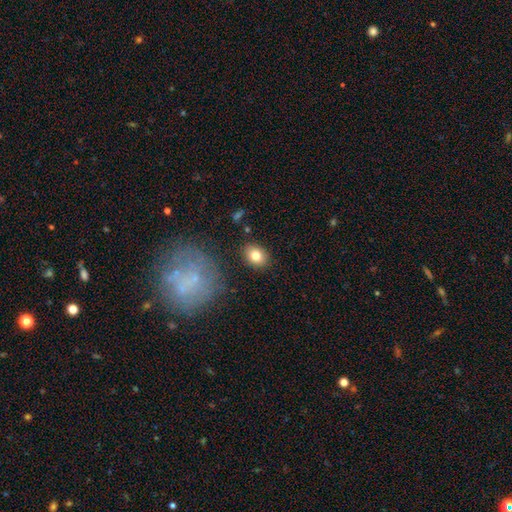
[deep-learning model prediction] smooth_or_featured: smooth (p=0.80) [alt: featured or disk p=0.11]
how_rounded: in between (p=0.60) [alt: round p=0.39]
merging: none (p=0.86) [alt: minor disturbance p=0.09]